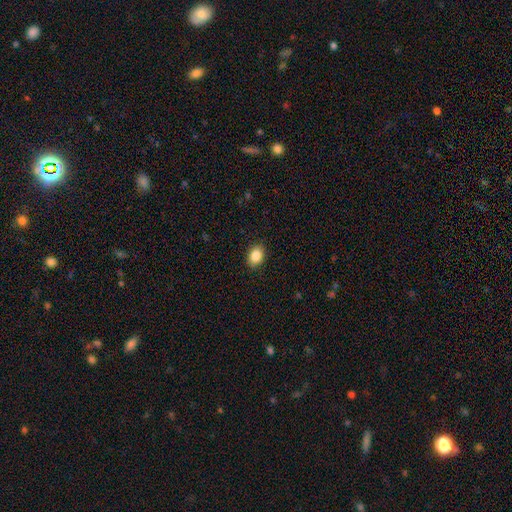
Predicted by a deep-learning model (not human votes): Smooth or featured: smooth — 87% (star or artifact — 9%)
How rounded: in between — 67% (round — 32%)
Merging: none — 89% (minor disturbance — 8%)